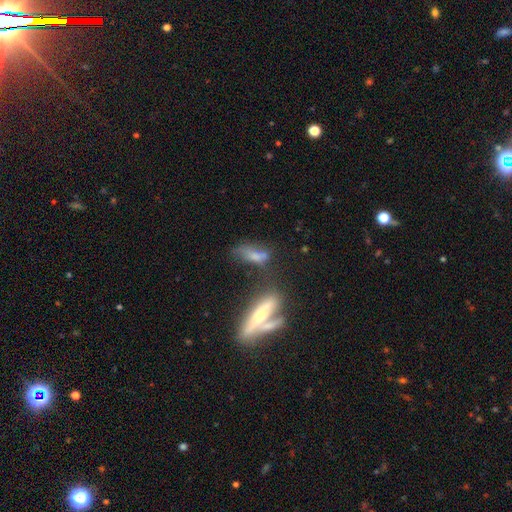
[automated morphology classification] Smooth or featured? smooth (59%)
How rounded? in between (59%)
Merging? none (30%, tied with merger)